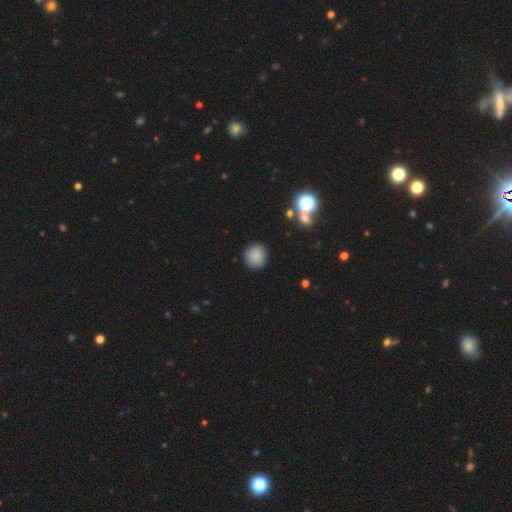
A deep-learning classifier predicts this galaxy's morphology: Smooth or featured: smooth — 83% (star or artifact — 11%)
How rounded: round — 93% (in between — 6%)
Merging: none — 89% (minor disturbance — 7%)